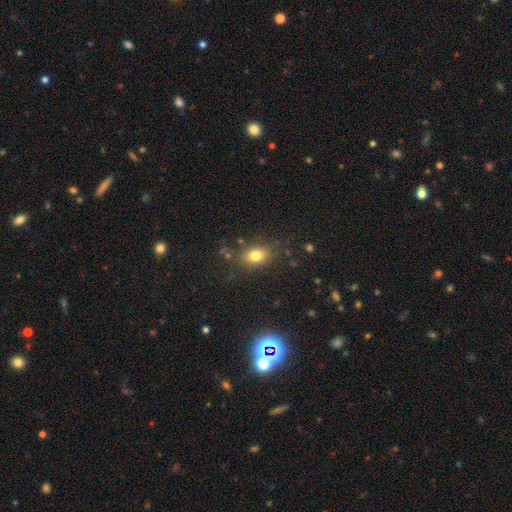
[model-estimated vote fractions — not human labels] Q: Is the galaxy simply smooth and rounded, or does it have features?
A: smooth — 78%.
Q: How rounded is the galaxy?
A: in between — 74%.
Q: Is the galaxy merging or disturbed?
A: none — 78%.